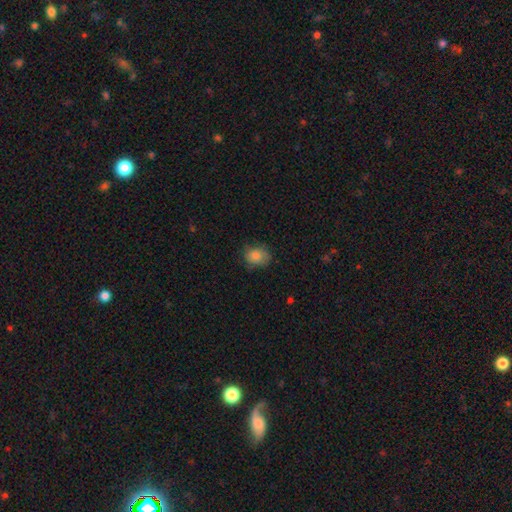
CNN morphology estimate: Overall: smooth (83%). How rounded: round (57%; in between 42%). Merging: none (70%).